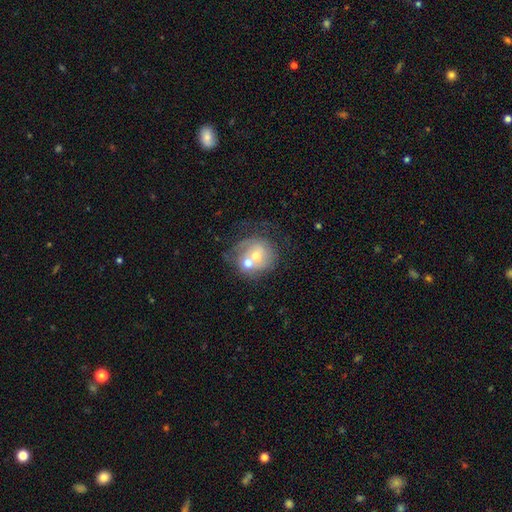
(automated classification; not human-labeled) Smooth or featured? Predicted: featured or disk (p=0.53). Edge-on disk? Predicted: no (p=0.97). Bar? Predicted: no (p=0.74). Spiral arms? Predicted: yes (p=0.51). Bulge size? Predicted: moderate (p=0.49). Merging? Predicted: merger (p=0.38).